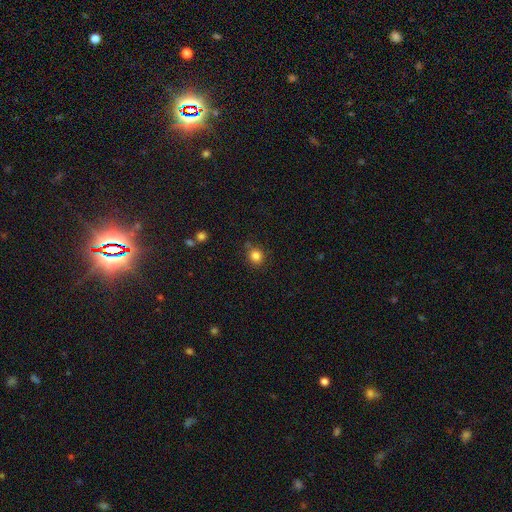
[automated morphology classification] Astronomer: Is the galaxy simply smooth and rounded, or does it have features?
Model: smooth — 83%.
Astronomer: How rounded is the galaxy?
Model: round — 84%.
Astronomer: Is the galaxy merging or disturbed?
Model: none — 77%.